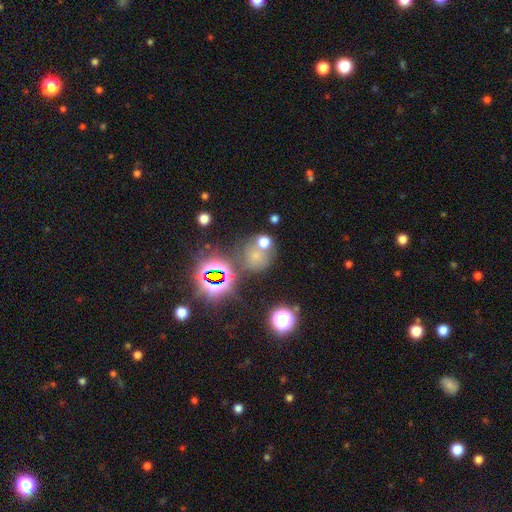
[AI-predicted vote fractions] The model was most divided on "smooth or featured": smooth: 55%, star or artifact: 35%, featured or disk: 10%. More confident: how rounded — round (86%); merging — none (60%).